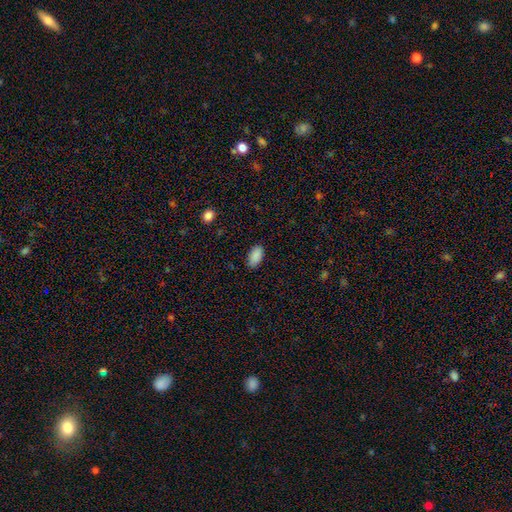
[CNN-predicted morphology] Q: Smooth or featured?
A: smooth (89%); runner-up: star or artifact (8%)
Q: How rounded?
A: in between (94%); runner-up: round (3%)
Q: Merging?
A: none (85%); runner-up: minor disturbance (11%)